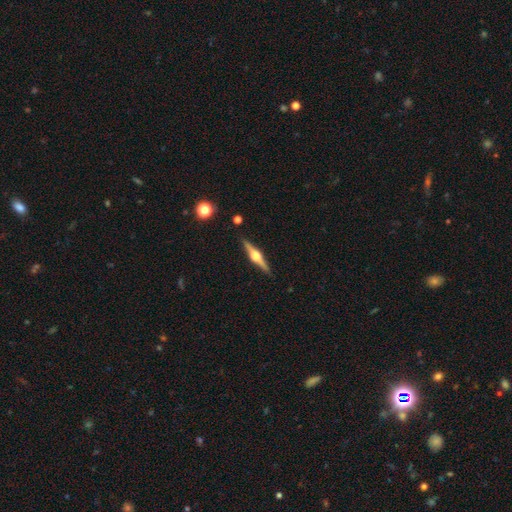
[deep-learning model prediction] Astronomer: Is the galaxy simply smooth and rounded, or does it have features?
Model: featured or disk — 83%.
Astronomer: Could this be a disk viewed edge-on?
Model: yes — 98%.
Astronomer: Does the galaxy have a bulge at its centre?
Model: rounded — 94%.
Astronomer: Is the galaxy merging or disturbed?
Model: none — 90%.